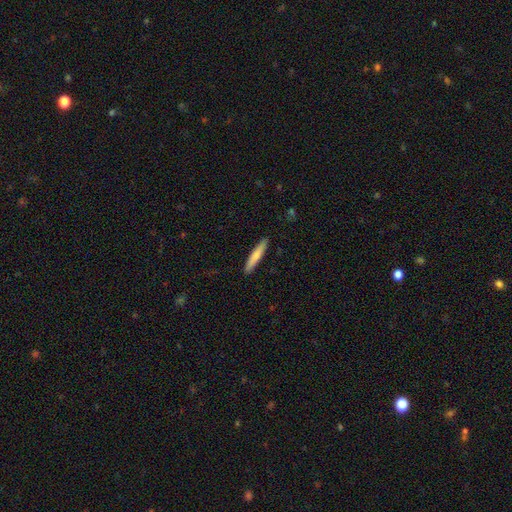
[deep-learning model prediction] This appears to be a smooth galaxy with no disk features (72%) that is cigar-shaped (92%). Merging: none (90%).